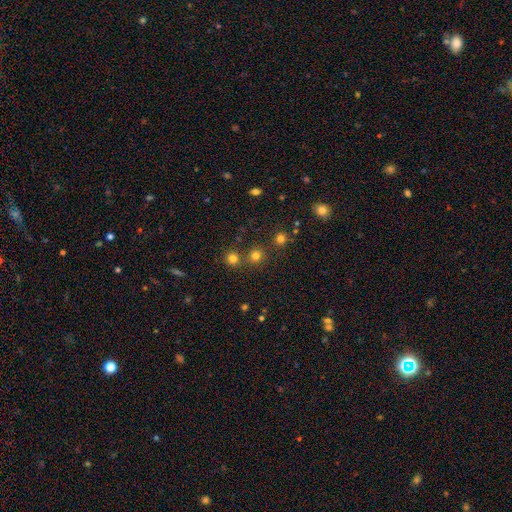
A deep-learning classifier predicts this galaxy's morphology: smooth-or-featured: smooth: 75% | star or artifact: 20% | featured or disk: 5%
  how-rounded: round: 91% | in between: 8% | cigar-shaped: 1%
  merging: none: 74% | merger: 17% | minor disturbance: 6% | major disturbance: 3%